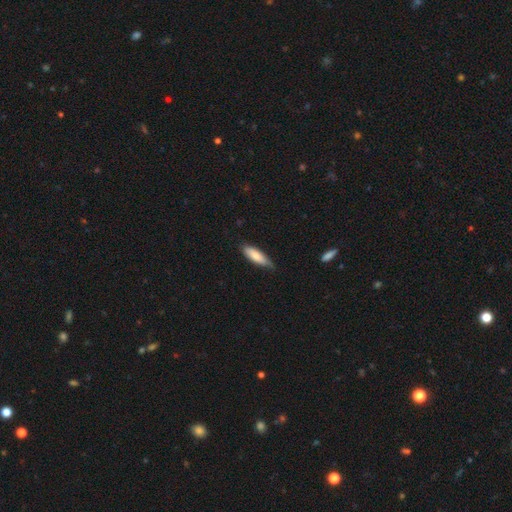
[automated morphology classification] Smooth or featured?
  - smooth: 79% *
  - featured or disk: 16%
  - star or artifact: 5%
How rounded?
  - cigar-shaped: 50% *
  - in between: 48%
  - round: 2%
Merging?
  - none: 66% *
  - minor disturbance: 29%
  - major disturbance: 4%
  - merger: 1%